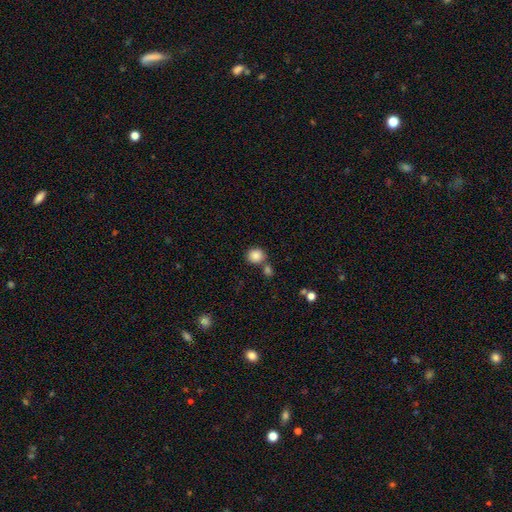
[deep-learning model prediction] The model was most divided on "merging": none: 65%, merger: 22%, minor disturbance: 9%, major disturbance: 3%. More confident: smooth or featured — smooth (86%); how rounded — round (83%).